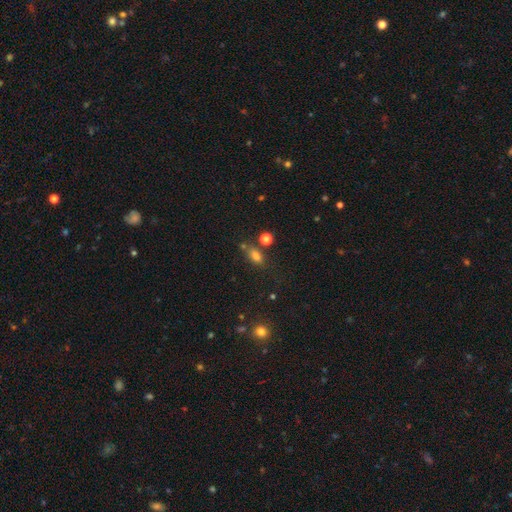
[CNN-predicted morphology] Smooth or featured: smooth — 75% (star or artifact — 17%)
How rounded: in between — 76% (round — 15%)
Merging: none — 64% (minor disturbance — 17%)